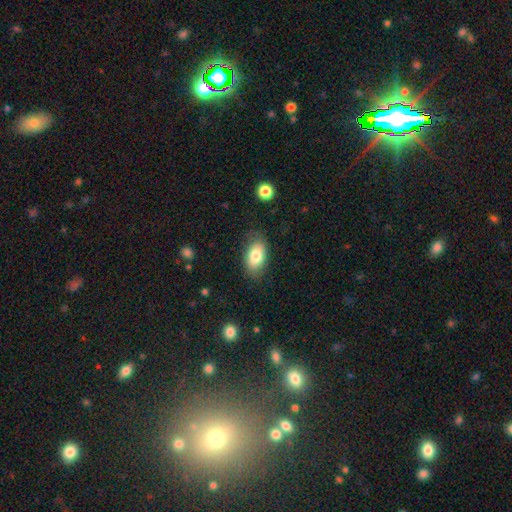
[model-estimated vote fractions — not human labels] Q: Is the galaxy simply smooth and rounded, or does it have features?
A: smooth — 80%.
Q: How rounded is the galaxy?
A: in between — 91%.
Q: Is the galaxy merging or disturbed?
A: none — 79%.